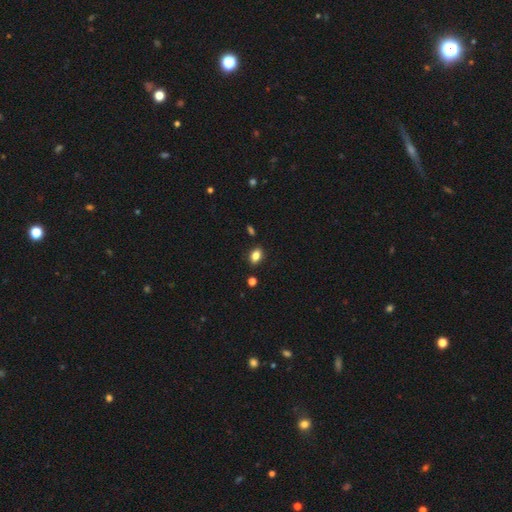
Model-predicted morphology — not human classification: The model was most divided on "how rounded": in between: 82%, round: 15%, cigar-shaped: 2%. More confident: merging — none (86%); smooth or featured — smooth (82%).